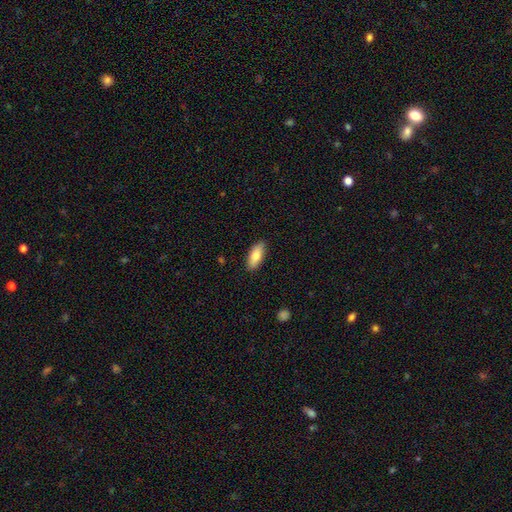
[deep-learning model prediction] smooth-or-featured: smooth: 79% | featured or disk: 14% | star or artifact: 6%
  how-rounded: in between: 77% | cigar-shaped: 20% | round: 2%
  merging: none: 88% | minor disturbance: 9% | major disturbance: 2% | merger: 1%